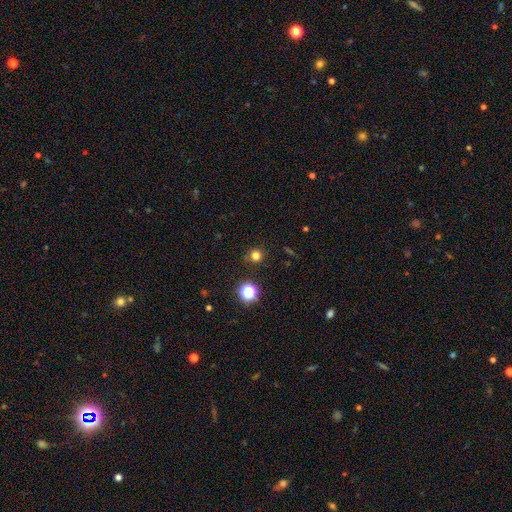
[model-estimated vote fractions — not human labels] A smooth galaxy with no disk features (75%) that is round (94%). Merging: none (87%).